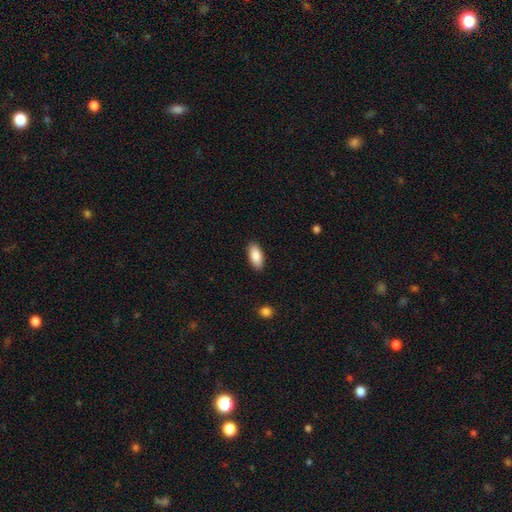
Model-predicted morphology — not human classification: This is clearly a smooth galaxy (88%). How rounded: clearly in between (87%). Merging: clearly none (88%).